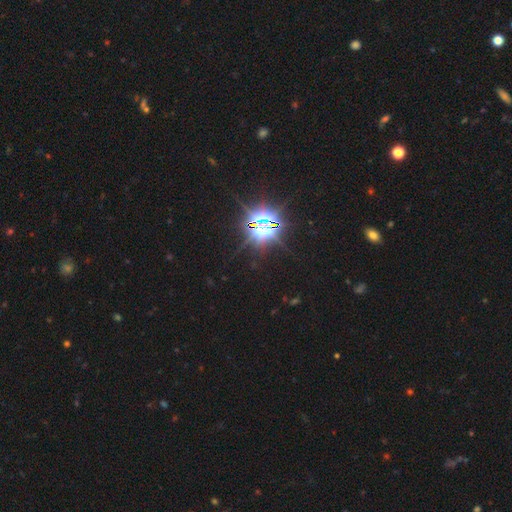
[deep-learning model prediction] This is clearly a star or artifact rather than a galaxy (84%).